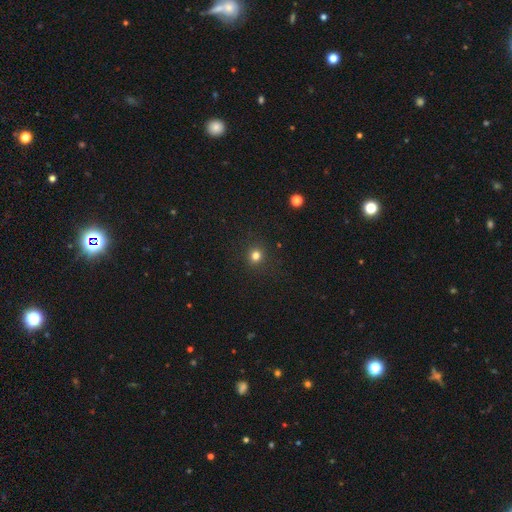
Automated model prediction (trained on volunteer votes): Q: Smooth or featured?
A: smooth (79%); runner-up: star or artifact (16%)
Q: How rounded?
A: round (90%); runner-up: in between (9%)
Q: Merging?
A: none (91%); runner-up: minor disturbance (6%)